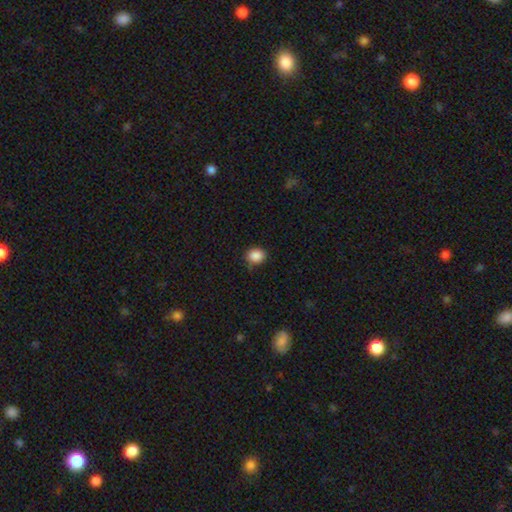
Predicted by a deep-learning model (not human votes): Smooth or featured? smooth (88%)
How rounded? round (65%)
Merging? none (87%)